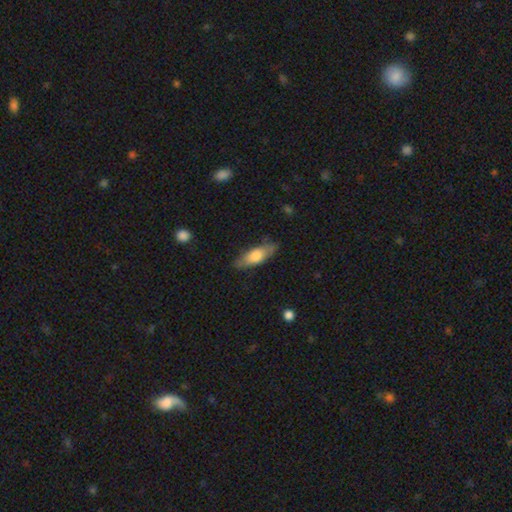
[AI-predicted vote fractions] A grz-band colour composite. It shows a smooth galaxy with no disk features (66%) that is in between round and cigar-shaped (57%). Merging: none (79%).